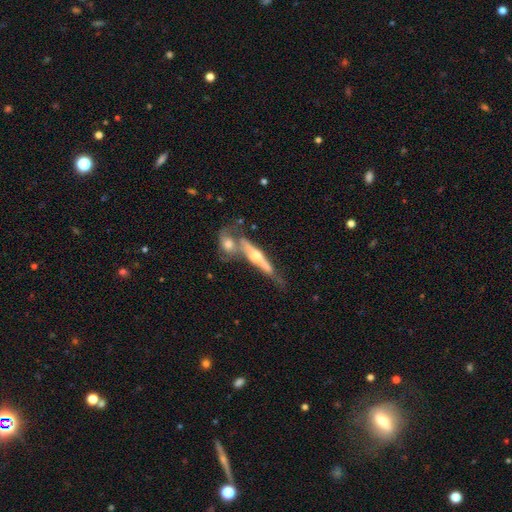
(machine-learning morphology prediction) Smooth or featured?
  - featured or disk: 73% *
  - smooth: 20%
  - star or artifact: 7%
Edge-on disk?
  - yes: 92% *
  - no: 8%
Edge-on bulge?
  - rounded: 86% *
  - boxy: 7%
  - none: 6%
Merging?
  - none: 42% *
  - merger: 38%
  - minor disturbance: 14%
  - major disturbance: 7%